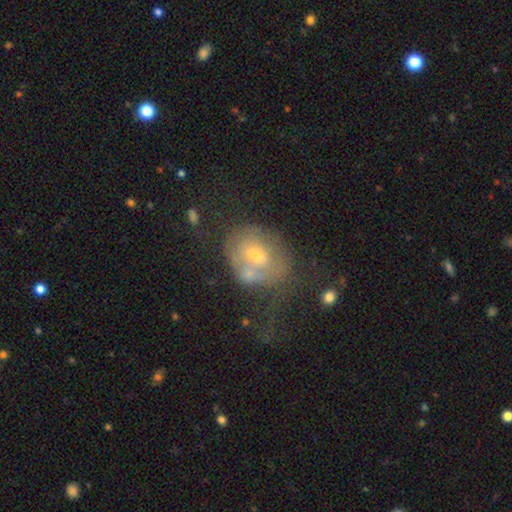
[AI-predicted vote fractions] Smooth or featured? Predicted: smooth (p=0.46). Merging? Predicted: none (p=0.31).